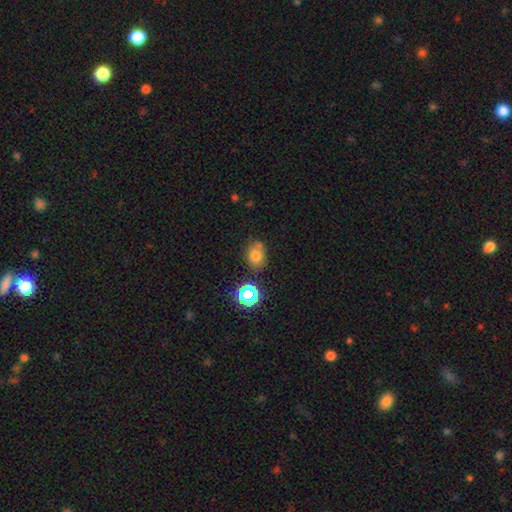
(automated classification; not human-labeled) Smooth or featured? Predicted: smooth (p=0.72). How rounded? Predicted: in between (p=0.53). Merging? Predicted: none (p=0.68).